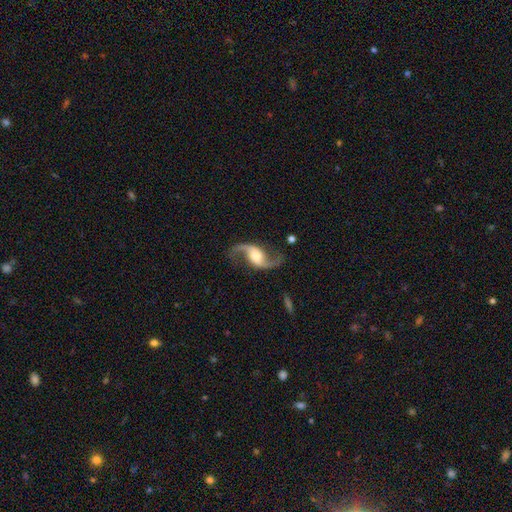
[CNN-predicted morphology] Smooth or featured? Predicted: featured or disk (p=0.92). Edge-on disk? Predicted: no (p=0.96). Bar? Predicted: no (p=0.44). Spiral arms? Predicted: yes (p=0.98). Spiral winding? Predicted: loose (p=0.80). Spiral arm count? Predicted: 2 (p=0.95). Bulge size? Predicted: moderate (p=0.45). Merging? Predicted: none (p=0.82).